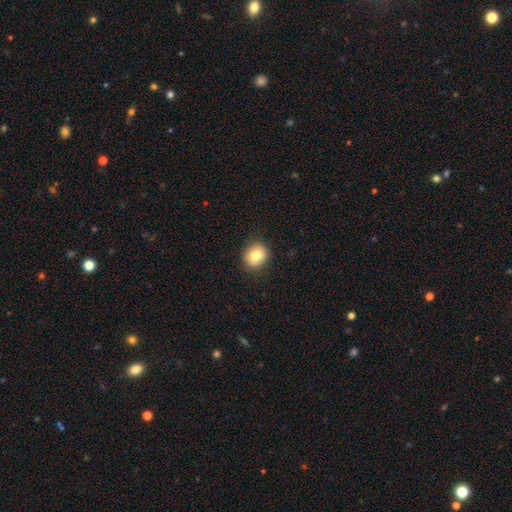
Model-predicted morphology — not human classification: A smooth galaxy with no disk features (81%) that is round (73%). Merging: none (89%).